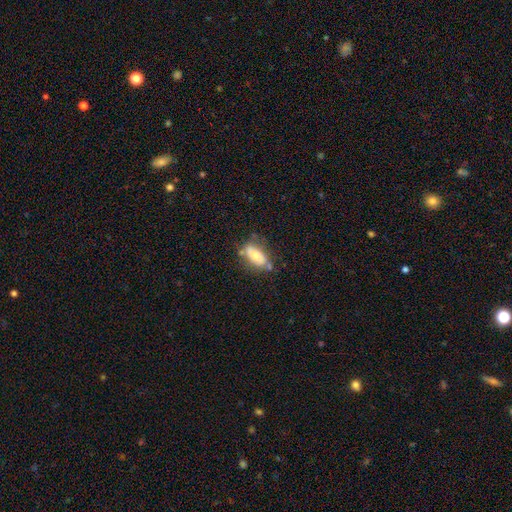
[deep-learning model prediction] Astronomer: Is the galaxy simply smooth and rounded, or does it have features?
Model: smooth — 56% (runner-up: featured or disk, 36%).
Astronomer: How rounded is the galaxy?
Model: in between — 86%.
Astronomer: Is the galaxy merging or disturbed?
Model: none — 54%.